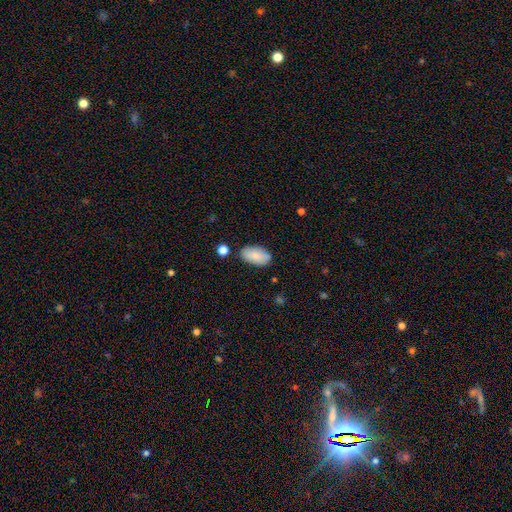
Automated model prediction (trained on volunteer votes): This is clearly a smooth galaxy (82%). How rounded: clearly in between (94%). Merging: likely none (77%).